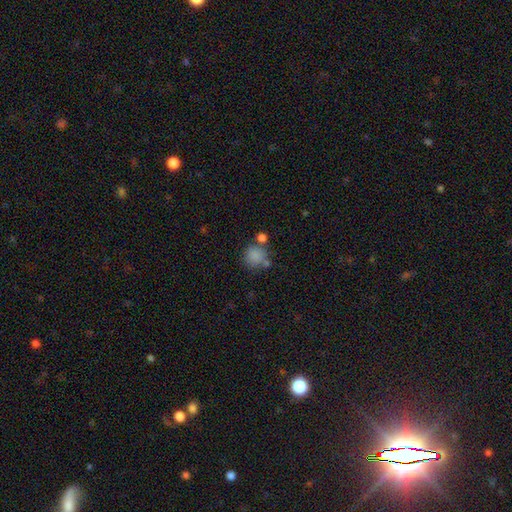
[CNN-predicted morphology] Overall: smooth (82%). How rounded: round (86%). Merging: none (63%).